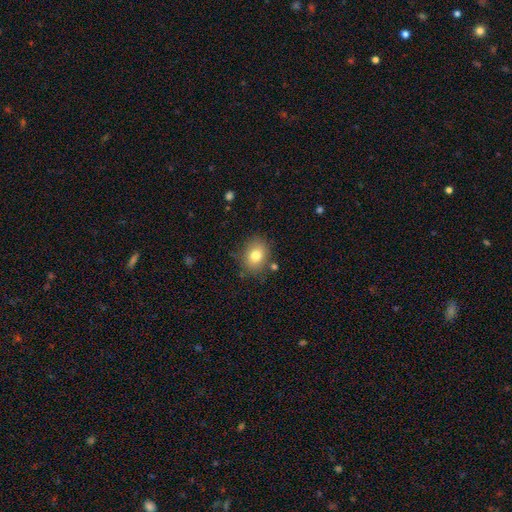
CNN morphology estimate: The model was most divided on "how rounded": round: 51%, in between: 48%, cigar-shaped: 1%. More confident: merging — none (80%); smooth or featured — smooth (78%).